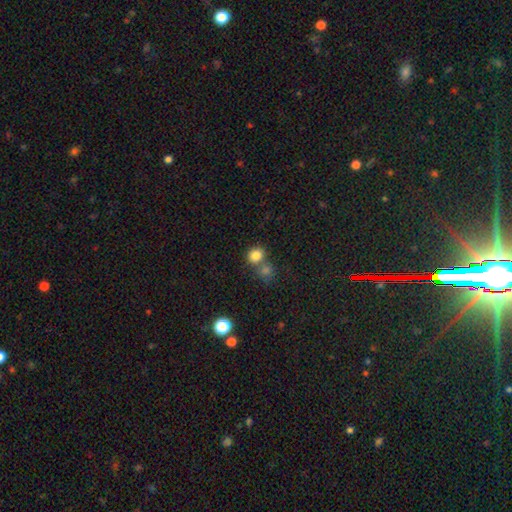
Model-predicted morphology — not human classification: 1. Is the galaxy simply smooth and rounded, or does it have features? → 82% smooth, 12% star or artifact, 6% featured or disk.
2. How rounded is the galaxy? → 72% round, 27% in between, 1% cigar-shaped.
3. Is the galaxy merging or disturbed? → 54% none, 34% merger, 8% minor disturbance, 3% major disturbance.